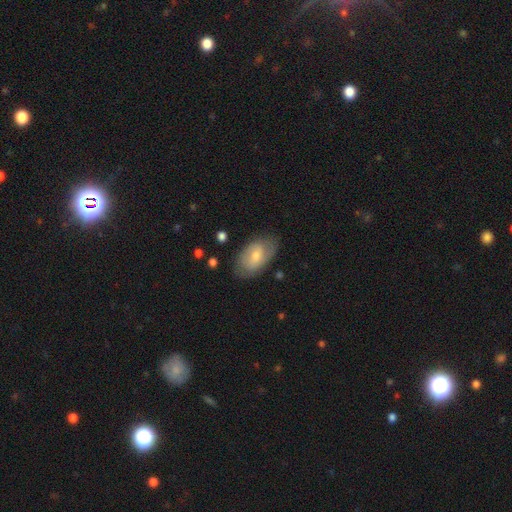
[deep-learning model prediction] Smooth or featured?
  - smooth: 52% *
  - featured or disk: 41%
  - star or artifact: 7%
How rounded?
  - in between: 92% *
  - round: 6%
  - cigar-shaped: 2%
Merging?
  - none: 74% *
  - minor disturbance: 19%
  - major disturbance: 5%
  - merger: 1%